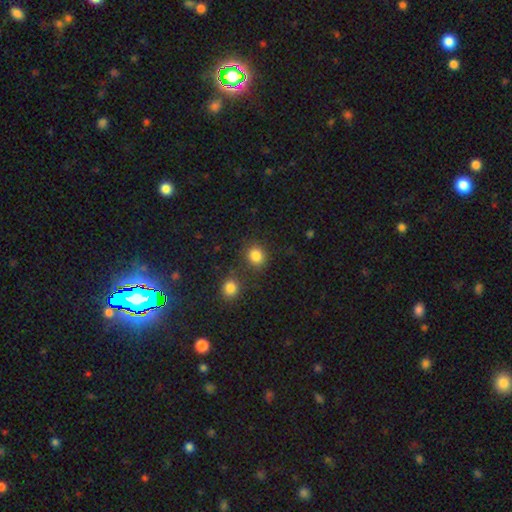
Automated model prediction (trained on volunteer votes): Smooth or featured: smooth — 84% (star or artifact — 11%)
How rounded: round — 73% (in between — 26%)
Merging: none — 74% (merger — 11%)